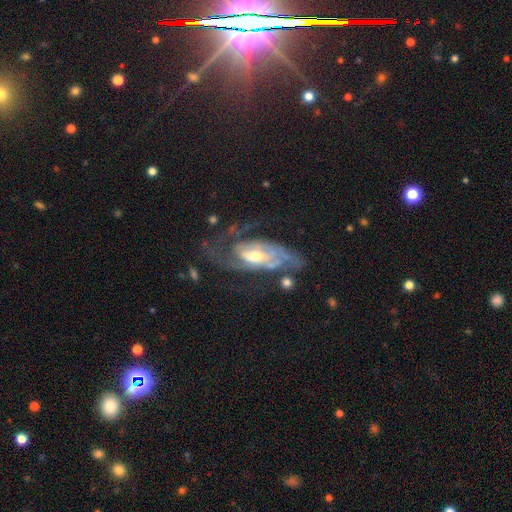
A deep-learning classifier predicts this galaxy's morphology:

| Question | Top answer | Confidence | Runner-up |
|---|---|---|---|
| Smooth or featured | featured or disk | 83% | smooth (11%) |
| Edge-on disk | no | 92% | yes (8%) |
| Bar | no | 46% | weak (39%) |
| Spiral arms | yes | 88% | no (12%) |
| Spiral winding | tight | 48% | medium (37%) |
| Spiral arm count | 2 | 39% | can't tell (33%) |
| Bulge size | moderate | 62% | small (29%) |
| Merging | none | 44% | major disturbance (30%) |